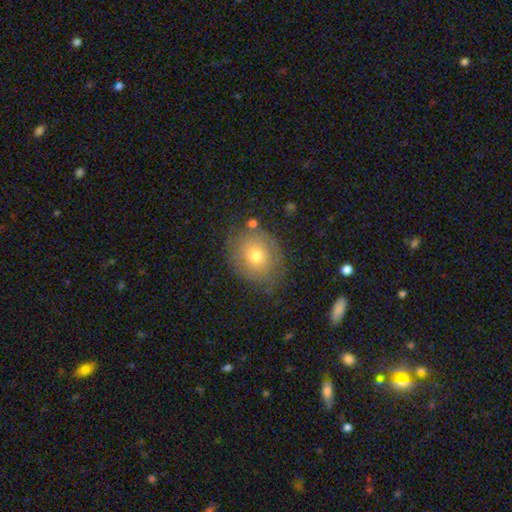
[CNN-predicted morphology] smooth-or-featured: smooth: 58% | featured or disk: 31% | star or artifact: 11%
  how-rounded: round: 53% | in between: 46% | cigar-shaped: 1%
  merging: none: 73% | minor disturbance: 18% | major disturbance: 6% | merger: 3%